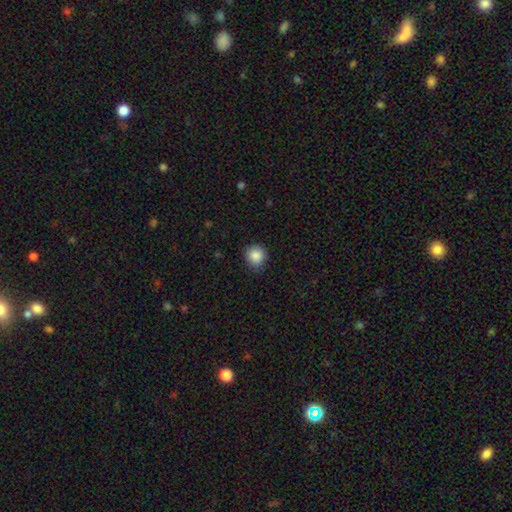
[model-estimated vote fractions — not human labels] Smooth or featured? smooth (87%)
How rounded? round (87%)
Merging? none (83%)